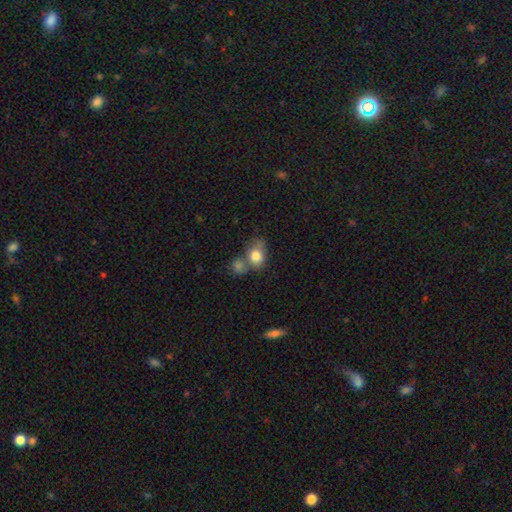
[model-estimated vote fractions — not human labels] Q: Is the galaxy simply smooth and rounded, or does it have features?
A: smooth — 79%.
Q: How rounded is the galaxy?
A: in between — 50%.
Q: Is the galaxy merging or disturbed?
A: merger — 42%.